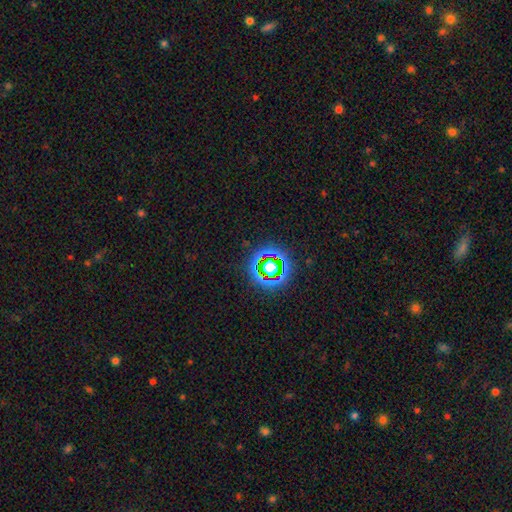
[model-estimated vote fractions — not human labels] Morphology: type=star or artifact (72%).